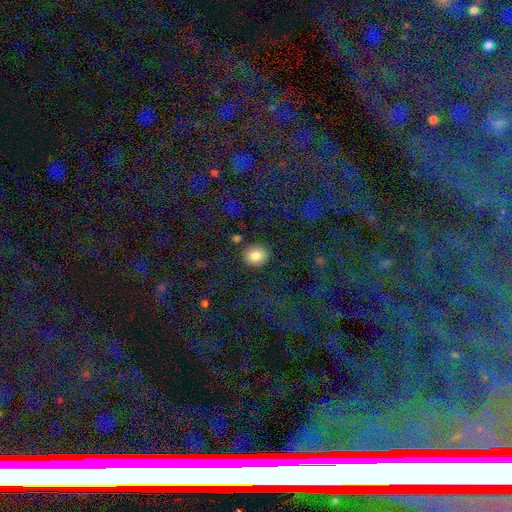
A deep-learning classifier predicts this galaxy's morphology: Smooth or featured: smooth — 83% (star or artifact — 9%)
How rounded: round — 78% (in between — 21%)
Merging: none — 87% (minor disturbance — 7%)